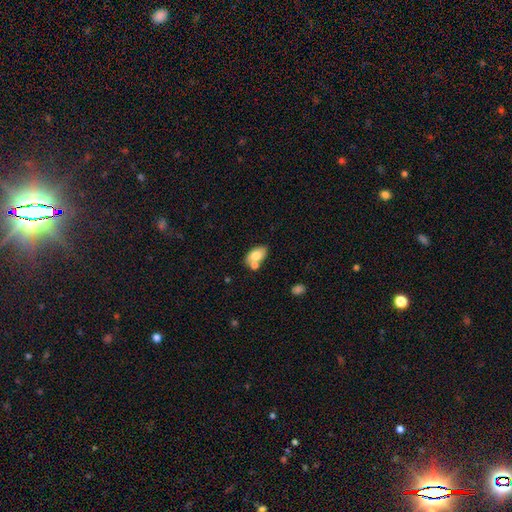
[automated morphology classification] Overall: smooth (73%). How rounded: in between (90%). Merging: none (52%; merger 31%).